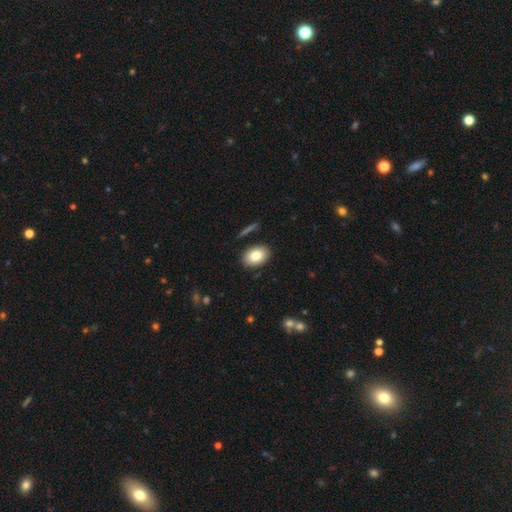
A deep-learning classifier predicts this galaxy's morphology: Smooth or featured? smooth (83%)
How rounded? in between (83%)
Merging? none (87%)